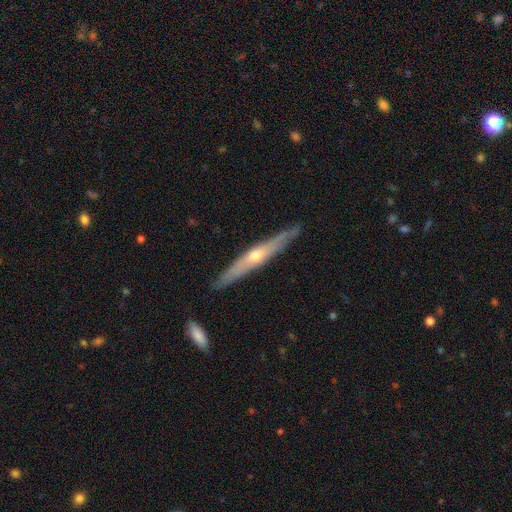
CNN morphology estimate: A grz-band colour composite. It shows a featured or disk galaxy (71%) viewed edge-on (93%) with a rounded central bulge (81%). Merging: none (86%).